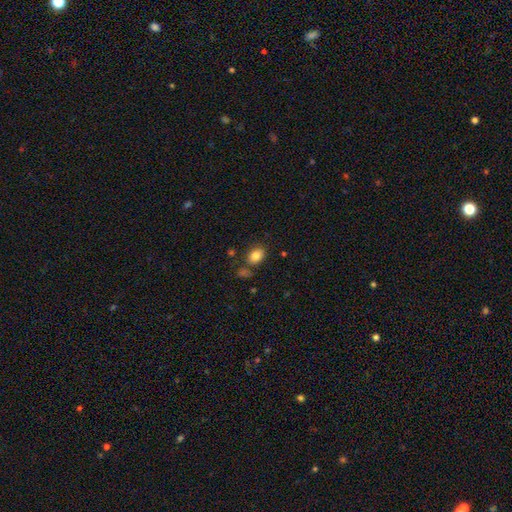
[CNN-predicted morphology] smooth_or_featured: smooth (p=0.83) [alt: star or artifact p=0.10]
how_rounded: in between (p=0.67) [alt: round p=0.32]
merging: none (p=0.76) [alt: minor disturbance p=0.13]